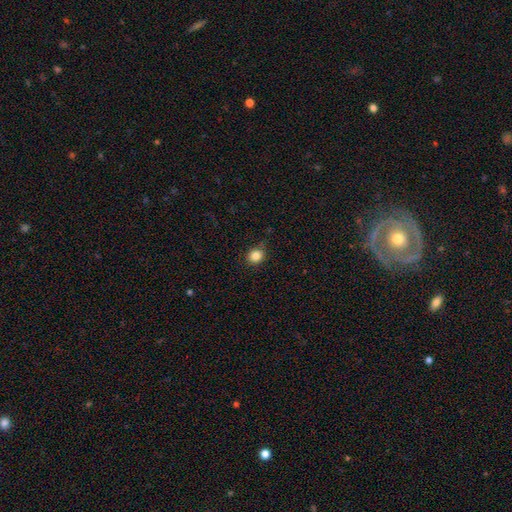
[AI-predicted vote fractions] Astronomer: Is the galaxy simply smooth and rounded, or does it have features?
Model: smooth — 84%.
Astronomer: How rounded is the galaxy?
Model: round — 78%.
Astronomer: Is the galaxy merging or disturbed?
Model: none — 85%.